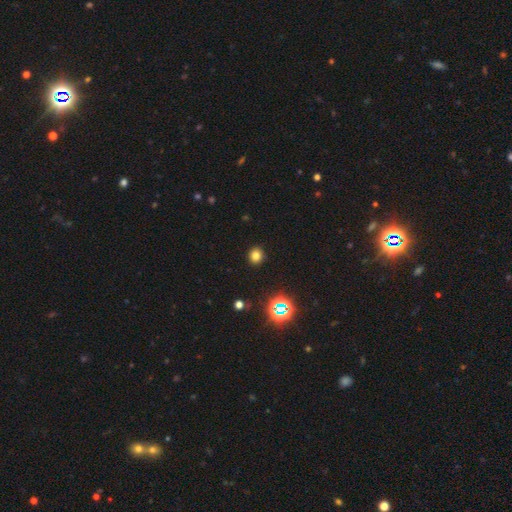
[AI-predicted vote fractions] smooth 77%, star or artifact 17%, featured or disk 6%. Down the decision tree: how rounded — round (83%); merging — none (91%).